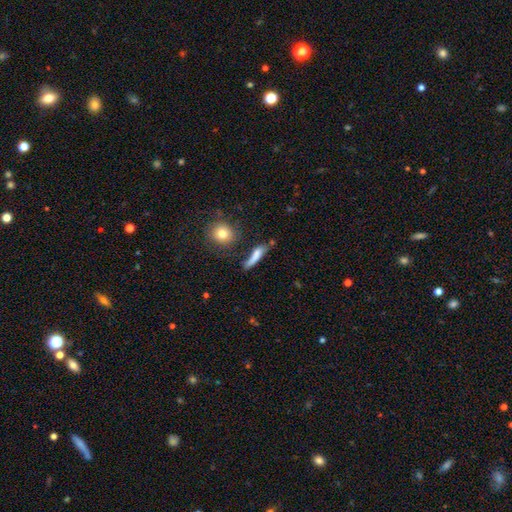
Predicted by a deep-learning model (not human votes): Smooth or featured? Predicted: smooth (p=0.71). How rounded? Predicted: cigar-shaped (p=0.76). Merging? Predicted: none (p=0.56).